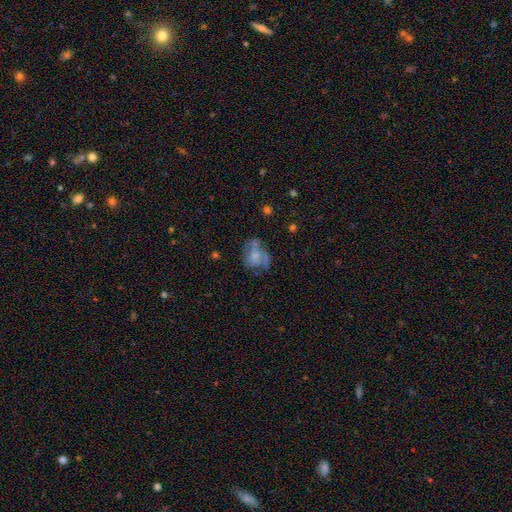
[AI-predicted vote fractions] Q: Smooth or featured?
A: featured or disk (51%); runner-up: smooth (38%)
Q: Edge-on disk?
A: no (97%); runner-up: yes (3%)
Q: Merging?
A: none (42%); runner-up: major disturbance (27%)